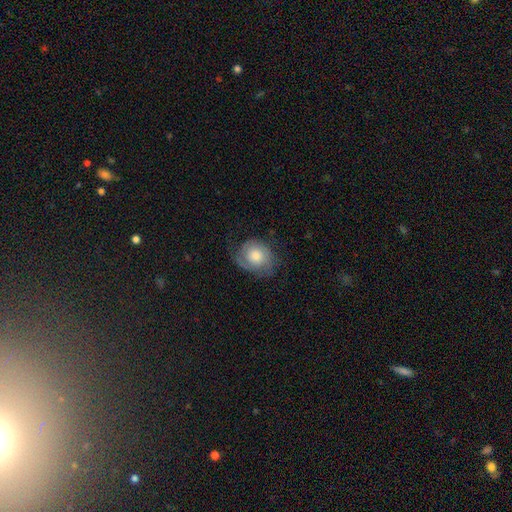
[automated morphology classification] featured or disk 51%, smooth 42%, star or artifact 8%. Down the decision tree: edge-on disk — no (97%); merging — none (62%).